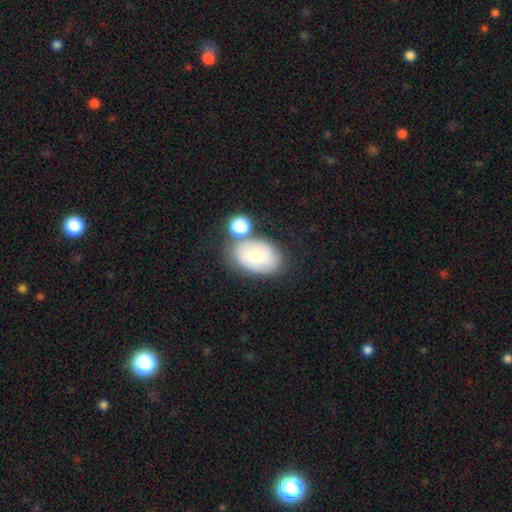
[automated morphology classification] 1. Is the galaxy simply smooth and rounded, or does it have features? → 62% smooth, 29% featured or disk, 8% star or artifact.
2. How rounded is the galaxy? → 85% in between, 14% round, 1% cigar-shaped.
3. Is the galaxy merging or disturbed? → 58% none, 18% minor disturbance, 18% merger, 6% major disturbance.